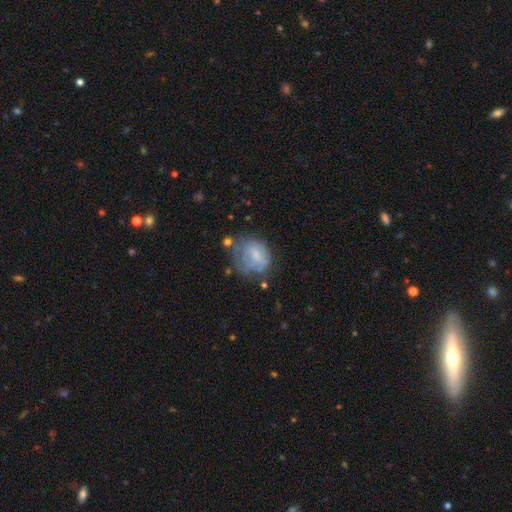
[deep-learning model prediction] The model was most divided on "smooth or featured": smooth: 48%, featured or disk: 42%, star or artifact: 10%. Remaining: merging — none (40%).